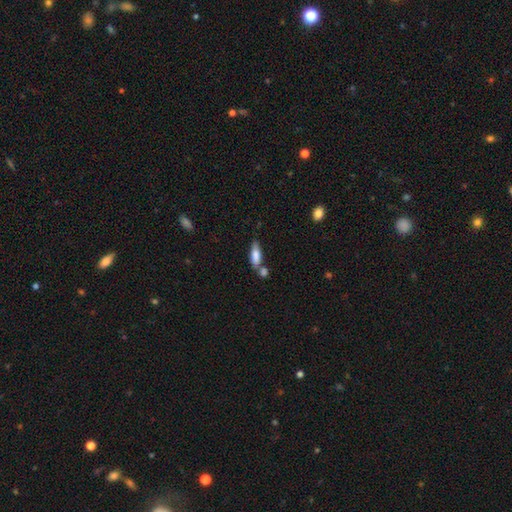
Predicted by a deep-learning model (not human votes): This appears to be a smooth galaxy with no disk features (77%) that is in between round and cigar-shaped (61%). Merging: none (55%).